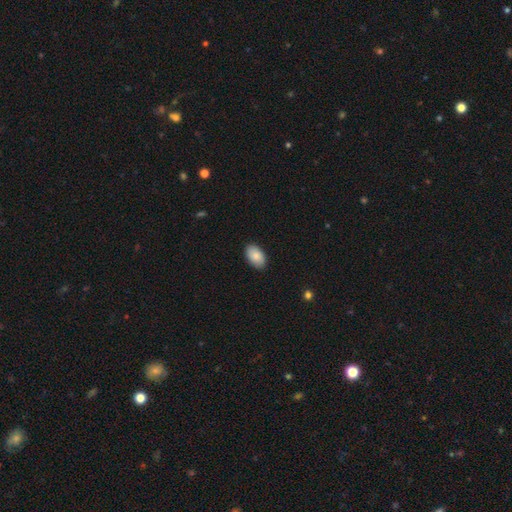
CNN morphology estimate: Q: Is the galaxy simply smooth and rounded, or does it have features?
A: smooth — 87%.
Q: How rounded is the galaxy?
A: in between — 94%.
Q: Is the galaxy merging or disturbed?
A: none — 89%.